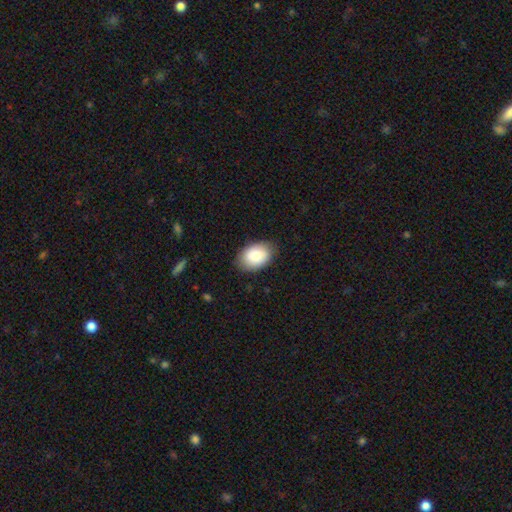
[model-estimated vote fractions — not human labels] This appears to be a smooth galaxy with no disk features (86%) that is in between round and cigar-shaped (86%). Merging: none (83%).